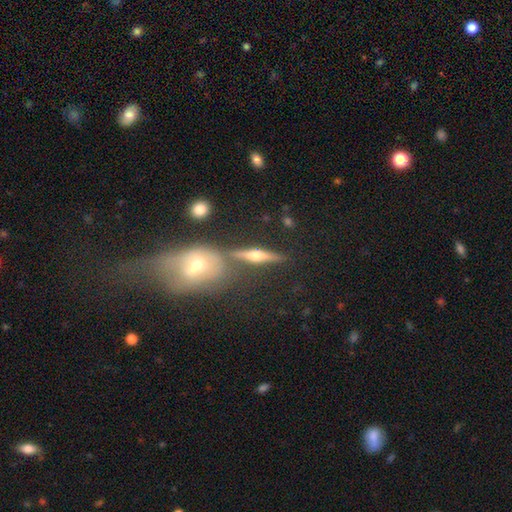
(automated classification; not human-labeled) Smooth or featured?
  - featured or disk: 59% *
  - smooth: 29%
  - star or artifact: 12%
Edge-on disk?
  - yes: 90% *
  - no: 10%
Edge-on bulge?
  - rounded: 91% *
  - boxy: 4%
  - none: 4%
Merging?
  - none: 72% *
  - merger: 12%
  - minor disturbance: 11%
  - major disturbance: 5%